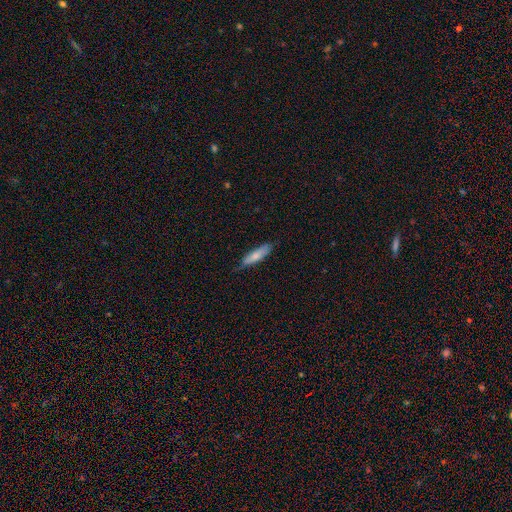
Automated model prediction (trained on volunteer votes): This is likely a smooth galaxy (75%). How rounded: likely cigar-shaped (66%). Merging: likely none (70%).